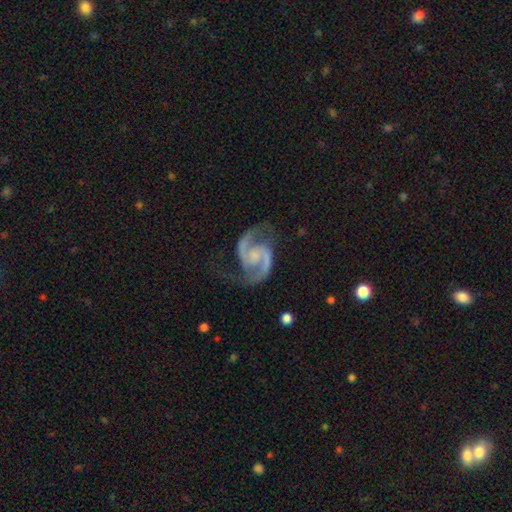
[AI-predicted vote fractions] This is clearly a featured or disk galaxy (94%). It is clearly not viewed edge-on (98%). Bar: possibly no (53%). Spiral arm pattern: clearly yes (99%). Spiral arm count: clearly 2 (94%). Spiral winding: likely medium (65%). Central bulge: marginally small (42%). Merging: likely none (72%).